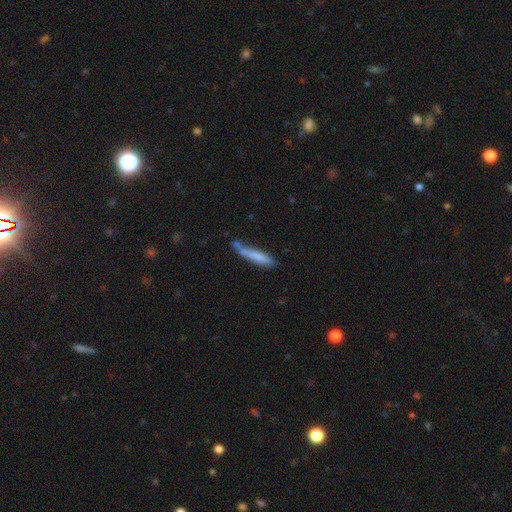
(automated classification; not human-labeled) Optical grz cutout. It shows a smooth galaxy with no disk features (71%) that is cigar-shaped (90%). Merging: none (52%).